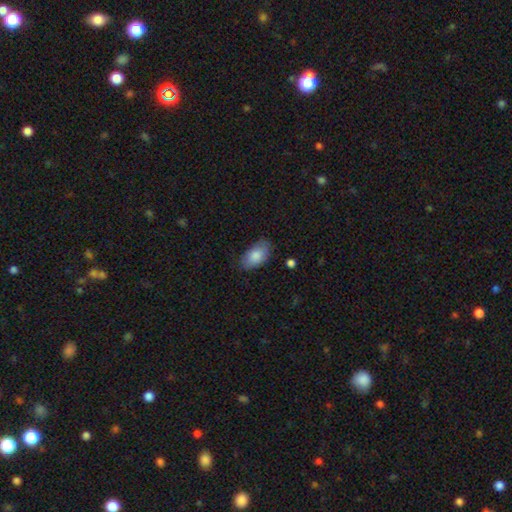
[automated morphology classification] Overall: smooth (84%). How rounded: in between (94%). Merging: none (74%).